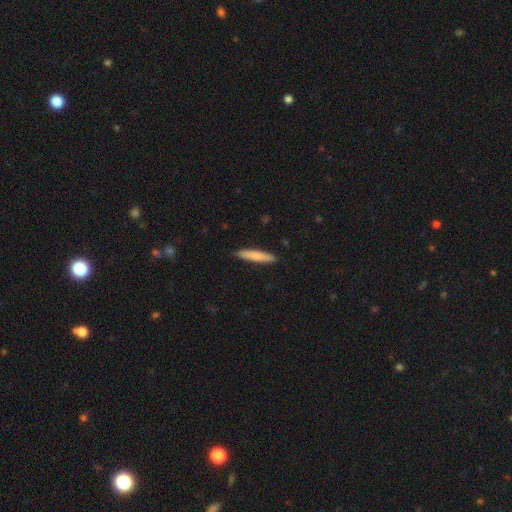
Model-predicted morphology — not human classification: Smooth or featured: smooth — 79% (featured or disk — 15%)
How rounded: cigar-shaped — 89% (in between — 10%)
Merging: none — 89% (minor disturbance — 9%)